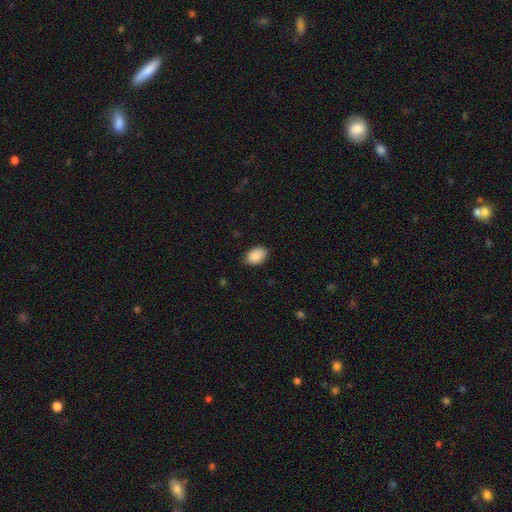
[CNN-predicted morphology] The model was most divided on "how rounded": in between: 85%, round: 14%, cigar-shaped: 1%. More confident: smooth or featured — smooth (89%); merging — none (84%).